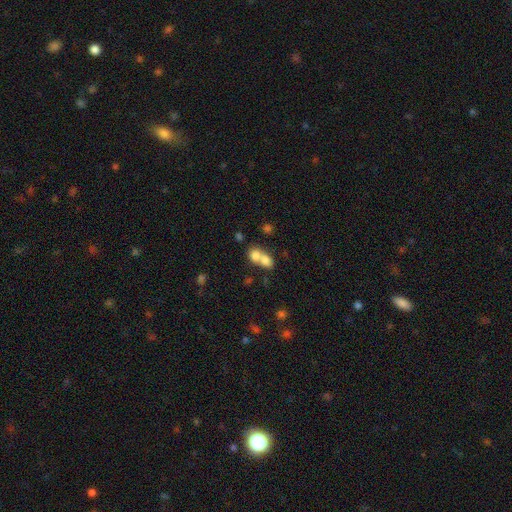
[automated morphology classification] This appears to be a smooth galaxy with no disk features (74%) that is round (55%). Merging: merger (71%).